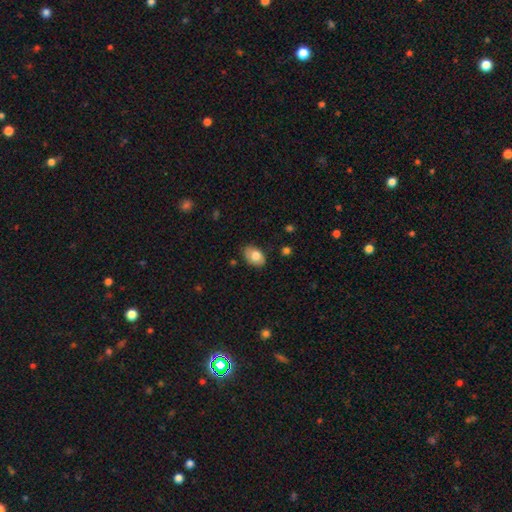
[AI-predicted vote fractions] A smooth galaxy with no disk features (76%) that is in between round and cigar-shaped (85%). Merging: none (77%).